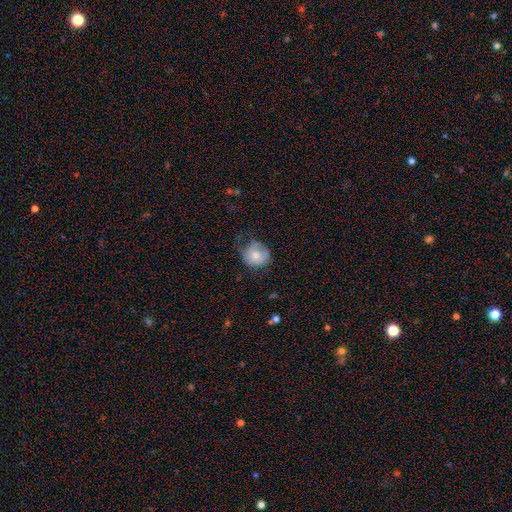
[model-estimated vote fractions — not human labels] smooth_or_featured: smooth (p=0.58) [alt: featured or disk p=0.34]
how_rounded: round (p=0.75) [alt: in between p=0.24]
merging: none (p=0.42) [alt: minor disturbance p=0.34]